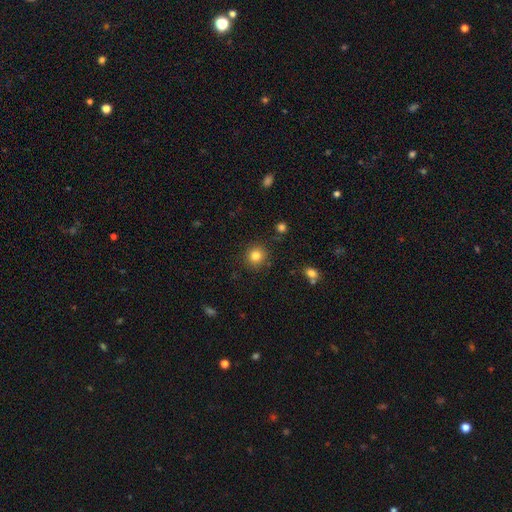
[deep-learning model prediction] A smooth galaxy with no disk features (82%) that is round (91%). Merging: none (89%).